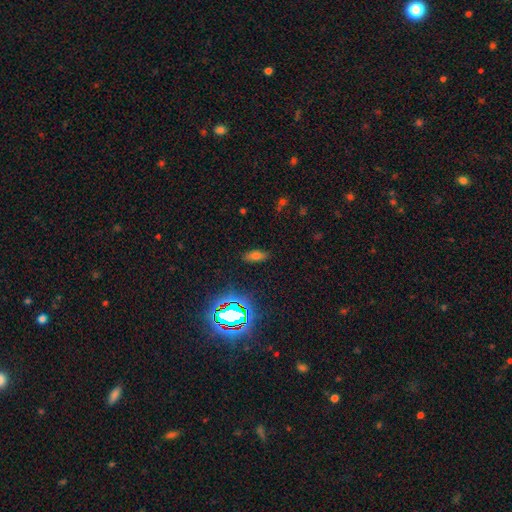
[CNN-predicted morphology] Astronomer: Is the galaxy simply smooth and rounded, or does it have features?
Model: smooth — 64%.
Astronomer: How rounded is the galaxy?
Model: in between — 79%.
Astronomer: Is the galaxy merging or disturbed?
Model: none — 85%.